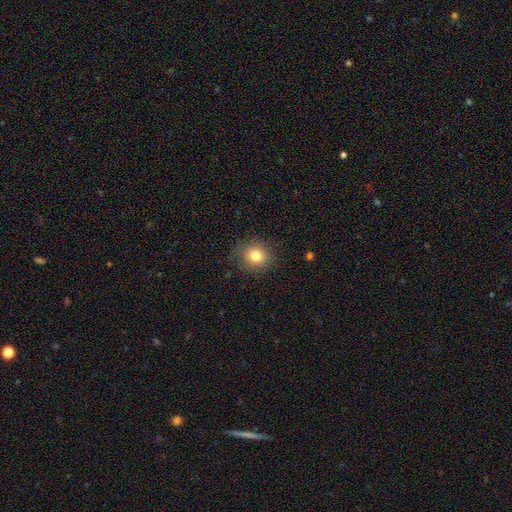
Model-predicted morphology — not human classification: smooth 79%, star or artifact 12%, featured or disk 9%. Down the decision tree: how rounded — round (82%); merging — none (86%).